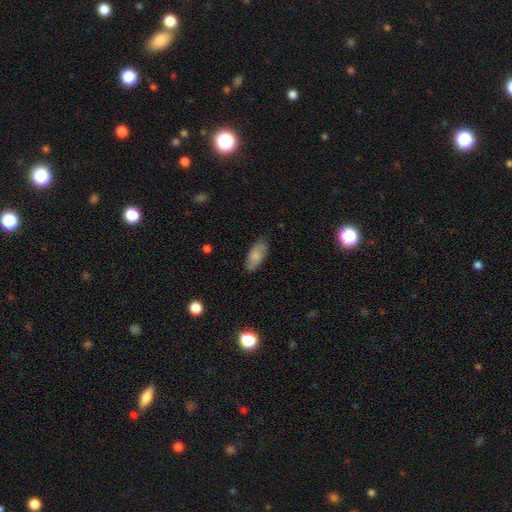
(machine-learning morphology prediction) This appears to be a smooth galaxy with no disk features (78%) that is in between round and cigar-shaped (85%). Merging: none (80%).